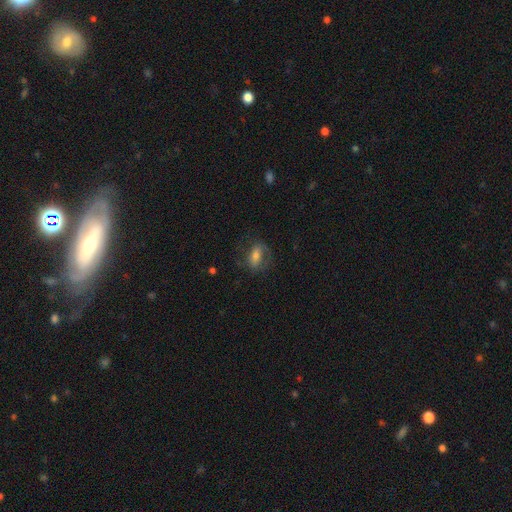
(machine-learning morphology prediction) Q: Smooth or featured?
A: smooth (57%); runner-up: featured or disk (32%)
Q: How rounded?
A: in between (78%); runner-up: round (12%)
Q: Merging?
A: none (61%); runner-up: minor disturbance (21%)